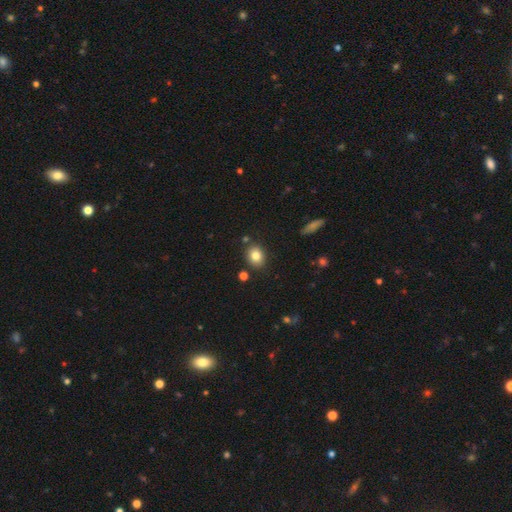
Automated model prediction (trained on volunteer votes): Smooth or featured? smooth (82%)
How rounded? round (52%)
Merging? none (84%)